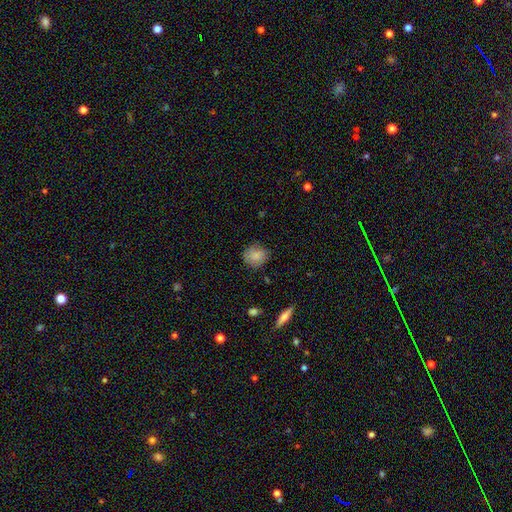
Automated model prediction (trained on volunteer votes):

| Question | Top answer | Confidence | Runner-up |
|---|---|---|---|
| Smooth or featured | smooth | 85% | star or artifact (8%) |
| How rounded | round | 79% | in between (20%) |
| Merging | none | 80% | minor disturbance (15%) |